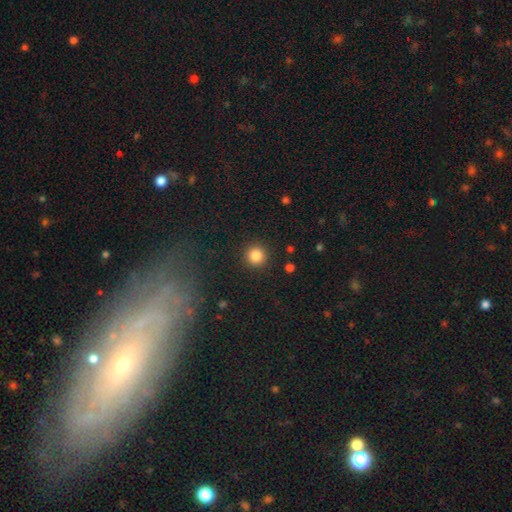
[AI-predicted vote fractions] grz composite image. It shows a smooth galaxy with no disk features (85%) that is round (94%). Merging: none (91%).